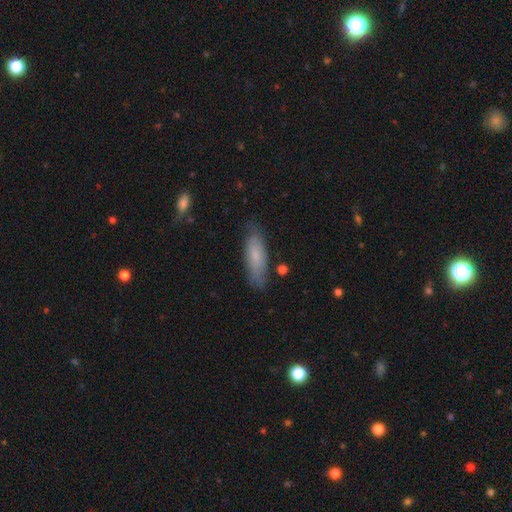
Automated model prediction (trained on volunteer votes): A smooth galaxy with no disk features (71%) that is cigar-shaped (55%). Merging: none (78%).